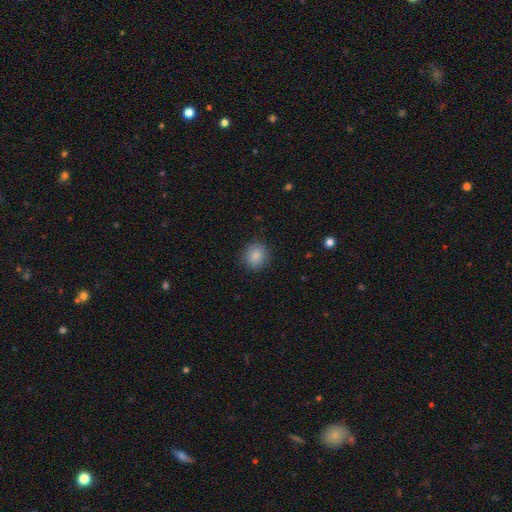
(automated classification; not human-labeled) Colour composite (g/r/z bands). It shows a smooth galaxy with no disk features (87%) that is round (79%). Merging: none (88%).